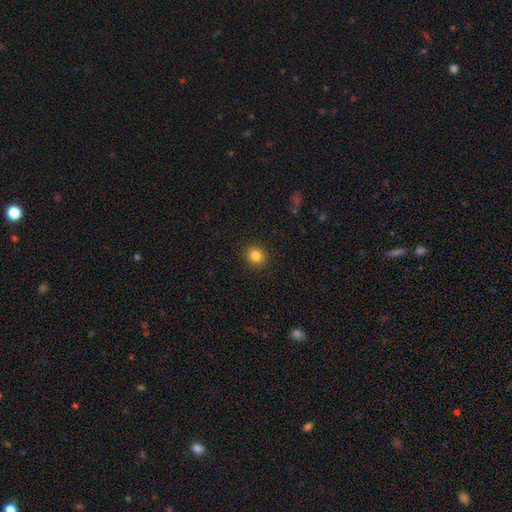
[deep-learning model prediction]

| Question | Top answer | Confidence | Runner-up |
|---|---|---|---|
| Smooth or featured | smooth | 84% | star or artifact (11%) |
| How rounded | round | 85% | in between (14%) |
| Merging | none | 91% | minor disturbance (6%) |